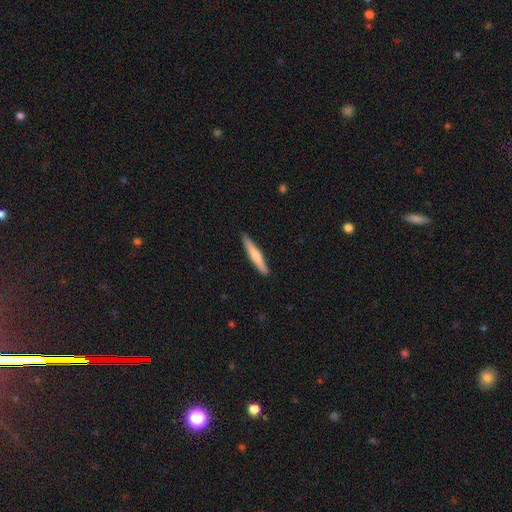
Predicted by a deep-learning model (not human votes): smooth_or_featured: smooth (p=0.64) [alt: featured or disk p=0.31]
how_rounded: cigar-shaped (p=0.94) [alt: in between p=0.05]
merging: none (p=0.91) [alt: minor disturbance p=0.07]